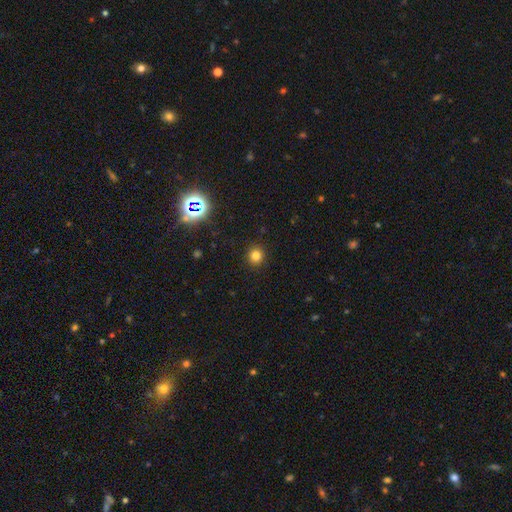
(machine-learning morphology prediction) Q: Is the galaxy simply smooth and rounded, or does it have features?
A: smooth — 80%.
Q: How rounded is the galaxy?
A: round — 89%.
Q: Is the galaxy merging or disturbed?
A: none — 91%.